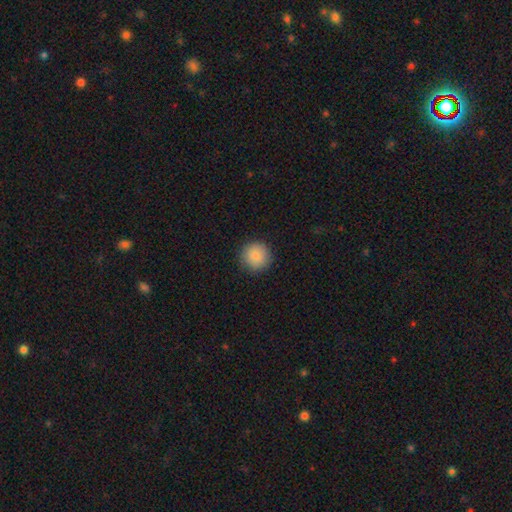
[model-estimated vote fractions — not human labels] This is clearly a smooth galaxy (87%). How rounded: clearly round (95%). Merging: clearly none (90%).